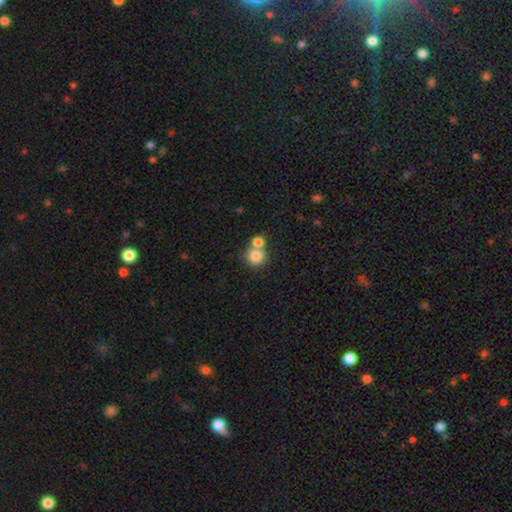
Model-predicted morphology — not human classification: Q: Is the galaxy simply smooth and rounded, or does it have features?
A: smooth — 82%.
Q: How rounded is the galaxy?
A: round — 89%.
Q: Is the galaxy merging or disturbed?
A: none — 47%.